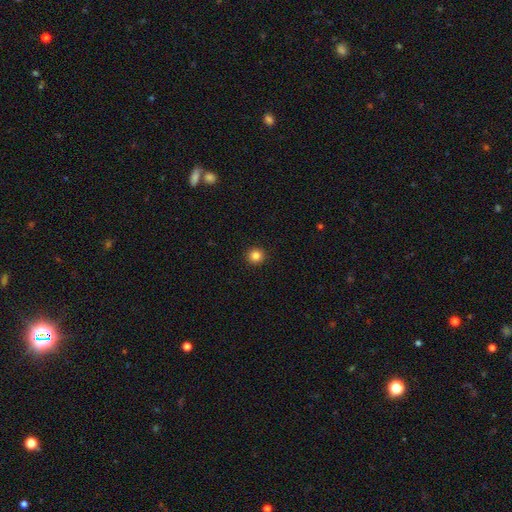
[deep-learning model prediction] This appears to be a smooth galaxy with no disk features (84%) that is round (95%). Merging: none (94%).